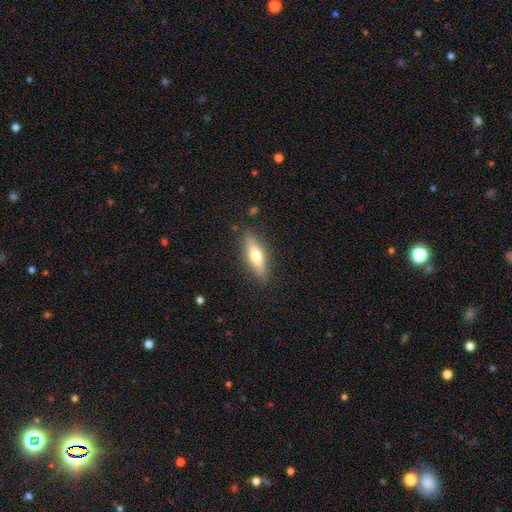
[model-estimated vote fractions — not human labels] This is possibly a smooth galaxy (53%). How rounded: likely cigar-shaped (60%). Merging: clearly none (86%).